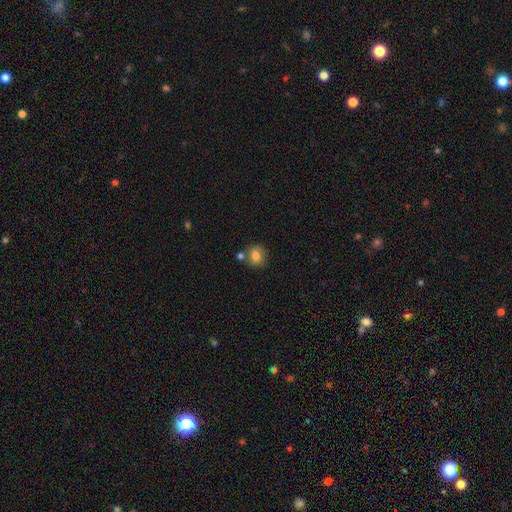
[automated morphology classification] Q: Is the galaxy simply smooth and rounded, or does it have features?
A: smooth — 79%.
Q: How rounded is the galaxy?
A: round — 71%.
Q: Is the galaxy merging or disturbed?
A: none — 66%.